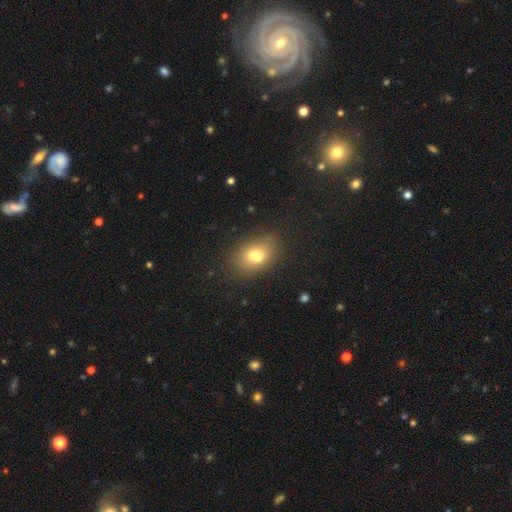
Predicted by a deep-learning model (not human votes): A smooth galaxy with no disk features (70%) that is in between round and cigar-shaped (74%).

Vote fractions:
- Smooth or featured? smooth: 70% / featured or disk: 19% / star or artifact: 11%
- How rounded? in between: 74% / round: 25% / cigar-shaped: 2%
- Merging? none: 53% / merger: 27% / minor disturbance: 15% / major disturbance: 5%